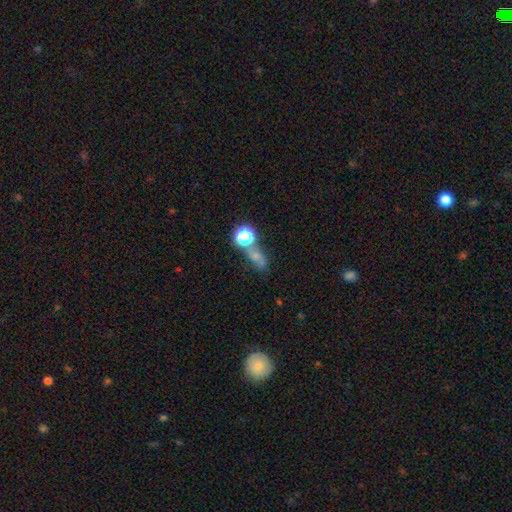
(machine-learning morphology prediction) Q: Smooth or featured?
A: smooth (59%); runner-up: star or artifact (26%)
Q: How rounded?
A: in between (55%); runner-up: round (37%)
Q: Merging?
A: none (46%); runner-up: merger (28%)